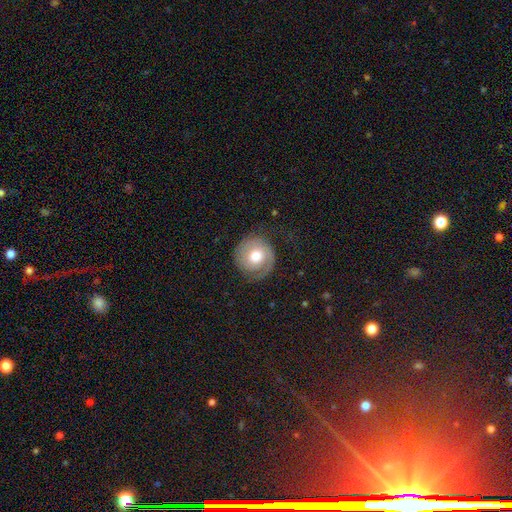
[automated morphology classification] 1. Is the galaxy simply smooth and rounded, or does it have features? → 57% featured or disk, 36% smooth, 7% star or artifact.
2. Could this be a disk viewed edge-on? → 97% no, 3% yes.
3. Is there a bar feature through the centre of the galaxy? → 75% no, 21% weak, 4% strong.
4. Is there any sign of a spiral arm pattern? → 83% yes, 17% no.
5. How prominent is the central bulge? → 69% moderate, 19% large, 9% small, 2% dominant, 1% none.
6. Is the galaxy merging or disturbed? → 72% none, 16% minor disturbance, 11% major disturbance, 1% merger.